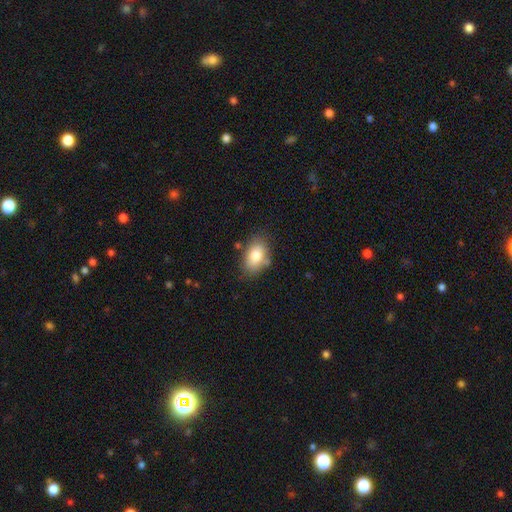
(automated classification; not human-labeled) Smooth or featured: smooth — 80% (featured or disk — 12%)
How rounded: in between — 89% (round — 9%)
Merging: none — 74% (minor disturbance — 17%)